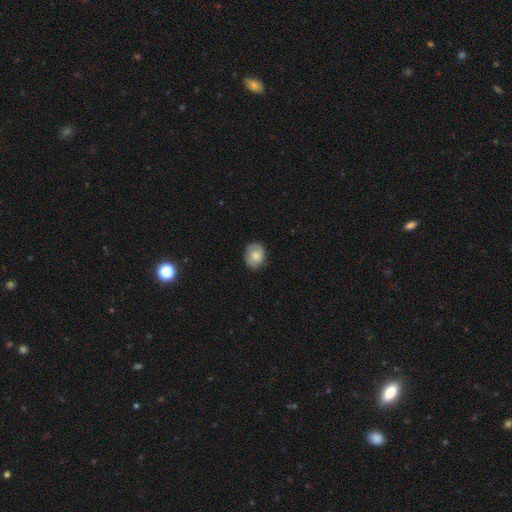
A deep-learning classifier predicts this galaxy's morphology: type=smooth (66%); roundness=round (58%); merging=none (80%).